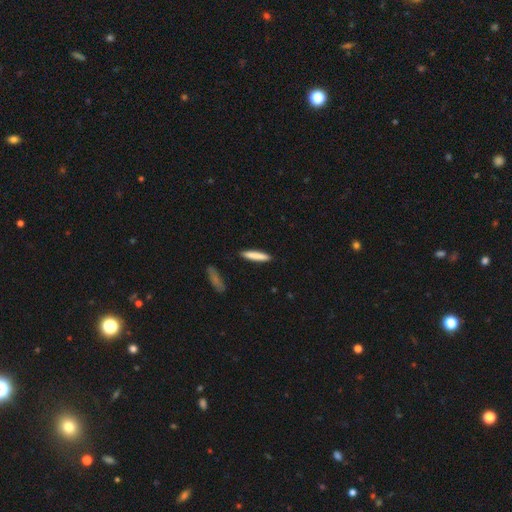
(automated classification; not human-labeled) Overall: smooth (82%). How rounded: cigar-shaped (90%). Merging: none (90%).